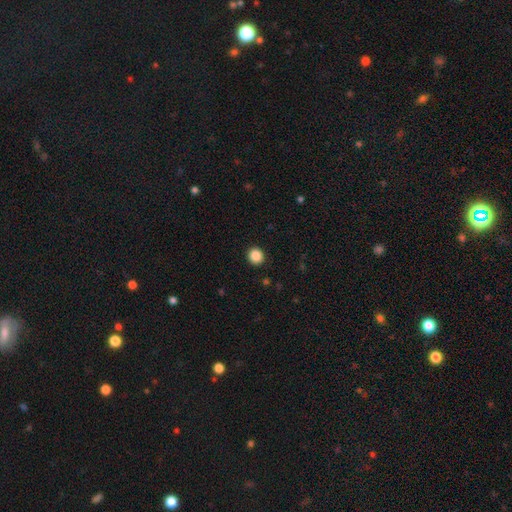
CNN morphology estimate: A smooth galaxy with no disk features (88%) that is round (89%). Merging: none (92%).